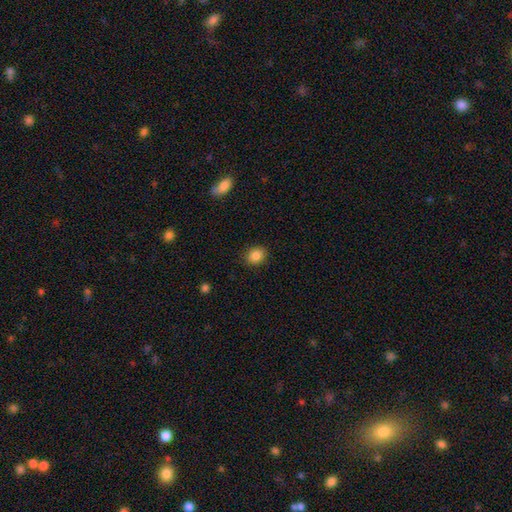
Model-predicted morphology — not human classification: Smooth or featured?
  - smooth: 86% *
  - star or artifact: 10%
  - featured or disk: 4%
How rounded?
  - round: 67% *
  - in between: 33%
  - cigar-shaped: 1%
Merging?
  - none: 88% *
  - minor disturbance: 8%
  - major disturbance: 2%
  - merger: 1%